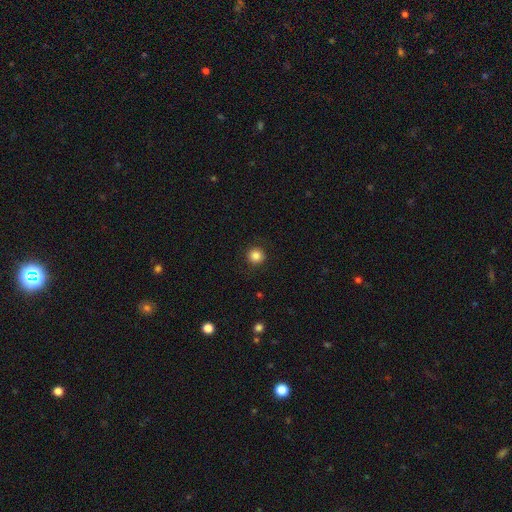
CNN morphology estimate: A smooth galaxy with no disk features (84%) that is round (94%).

Vote fractions:
- Smooth or featured? smooth: 84% / star or artifact: 11% / featured or disk: 4%
- How rounded? round: 94% / in between: 5% / cigar-shaped: 1%
- Merging? none: 90% / minor disturbance: 7% / major disturbance: 2% / merger: 1%